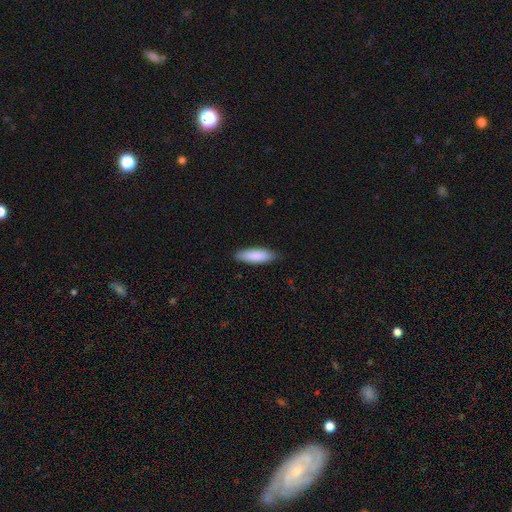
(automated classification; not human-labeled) Overall: smooth (88%). How rounded: in between (53%; cigar-shaped 45%). Merging: none (85%).